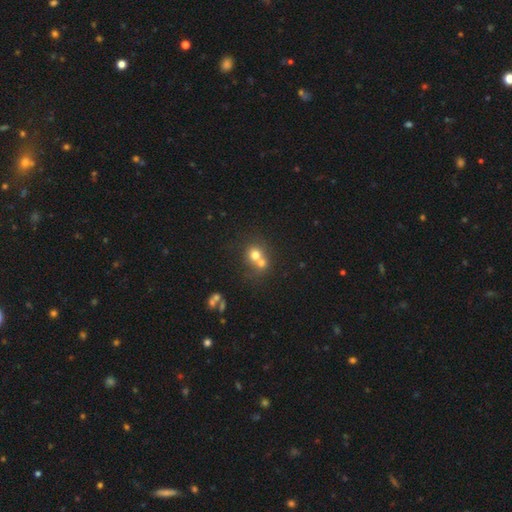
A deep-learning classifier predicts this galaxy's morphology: smooth_or_featured: smooth (p=0.68) [alt: featured or disk p=0.18]
how_rounded: round (p=0.80) [alt: in between p=0.19]
merging: merger (p=0.58) [alt: none p=0.34]